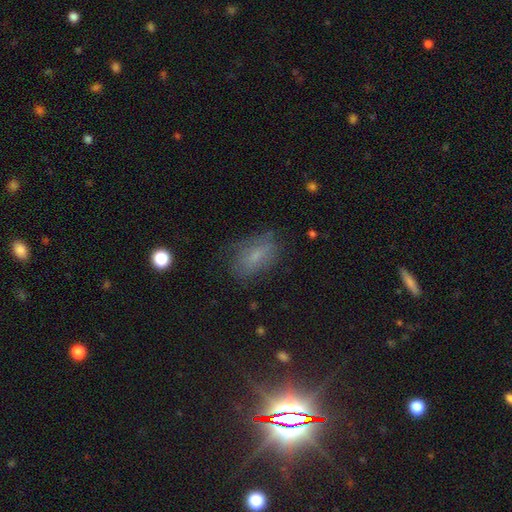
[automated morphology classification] Smooth or featured: smooth — 57% (featured or disk — 27%)
How rounded: in between — 85% (round — 8%)
Merging: none — 64% (minor disturbance — 23%)